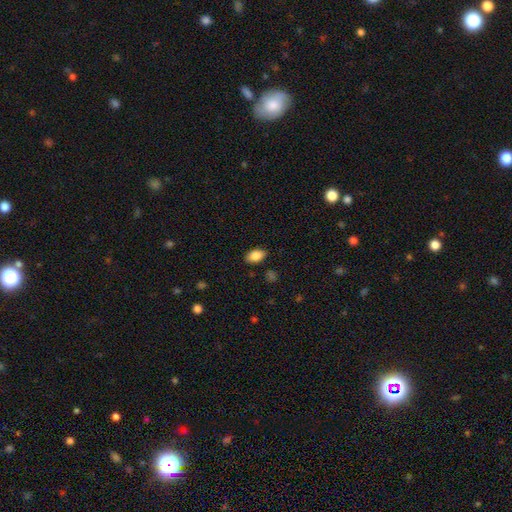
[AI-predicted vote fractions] This appears to be a smooth galaxy with no disk features (86%) that is in between round and cigar-shaped (90%). Merging: none (86%).